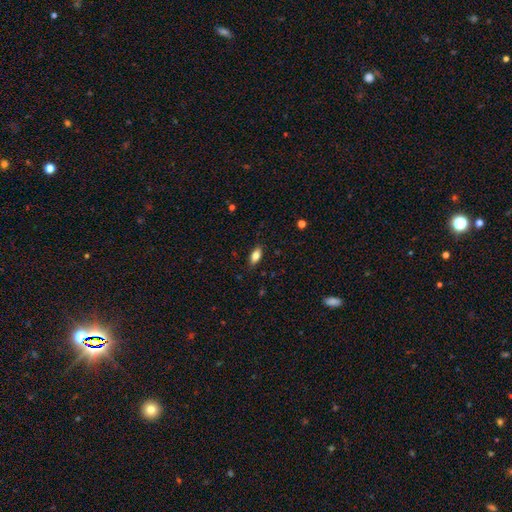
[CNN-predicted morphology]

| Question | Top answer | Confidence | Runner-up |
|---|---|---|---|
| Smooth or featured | smooth | 76% | featured or disk (16%) |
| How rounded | in between | 84% | cigar-shaped (13%) |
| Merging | none | 87% | minor disturbance (10%) |